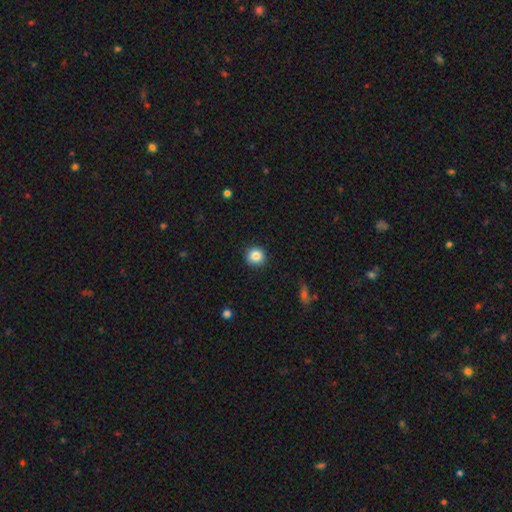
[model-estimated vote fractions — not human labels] Smooth or featured: smooth — 86% (star or artifact — 10%)
How rounded: round — 93% (in between — 6%)
Merging: none — 92% (minor disturbance — 6%)